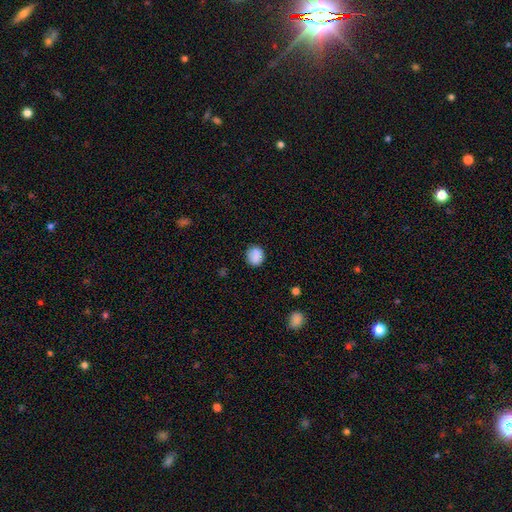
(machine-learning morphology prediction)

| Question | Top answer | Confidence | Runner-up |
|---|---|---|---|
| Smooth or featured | smooth | 87% | star or artifact (8%) |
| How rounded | round | 72% | in between (27%) |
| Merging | none | 84% | minor disturbance (12%) |